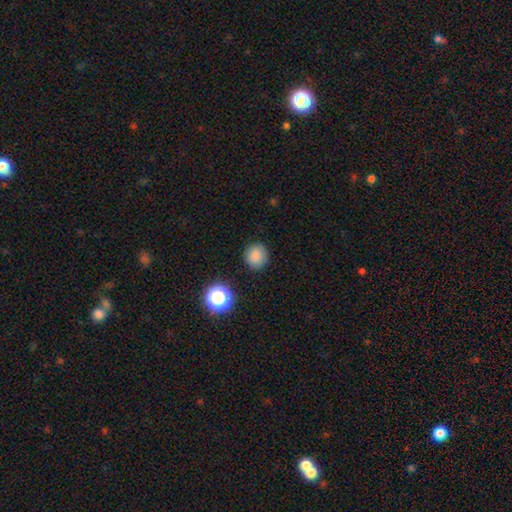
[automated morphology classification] This is clearly a smooth galaxy (83%). How rounded: clearly round (88%). Merging: clearly none (88%).